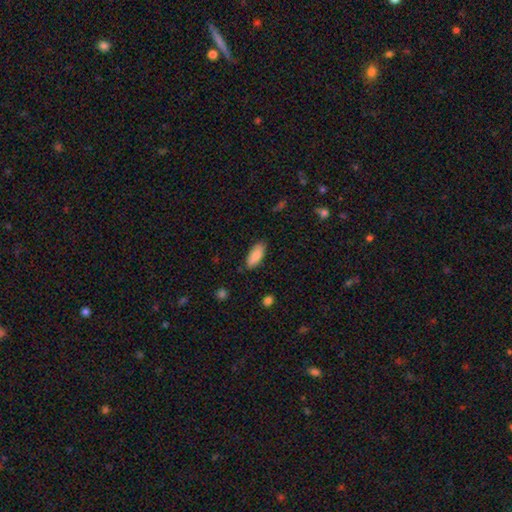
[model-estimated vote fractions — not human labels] A smooth galaxy with no disk features (88%) that is in between round and cigar-shaped (83%). Merging: none (84%).